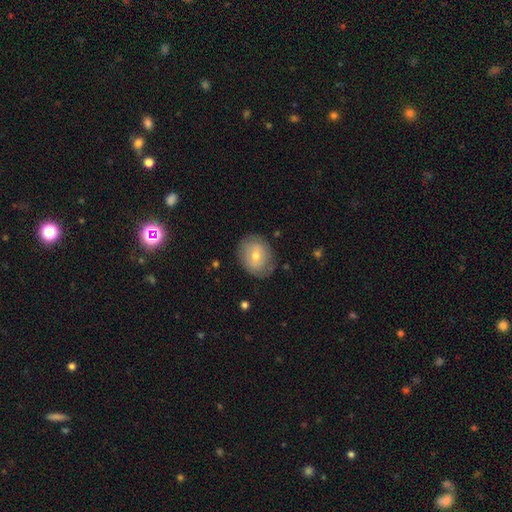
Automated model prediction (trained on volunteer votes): Smooth or featured: smooth — 50% (featured or disk — 42%)
Merging: none — 78% (minor disturbance — 17%)